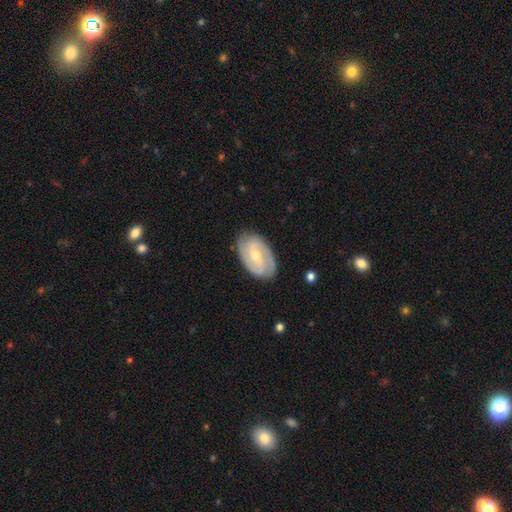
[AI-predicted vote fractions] smooth-or-featured: featured or disk: 80% | smooth: 15% | star or artifact: 5%
  disk-edge-on: no: 96% | yes: 4%
    bar: weak: 50% | no: 28% | strong: 21%
    has-spiral-arms: yes: 92% | no: 8%
      spiral-winding: tight: 47% | medium: 40% | loose: 13%
      spiral-arm-count: 2: 67% | can't tell: 15% | 3: 11% | 4: 3% | 1: 2% | more than 4: 2%
    bulge-size: small: 50% | moderate: 47% | large: 1% | none: 1% | dominant: 1%
  merging: none: 82% | minor disturbance: 14% | major disturbance: 3% | merger: 1%